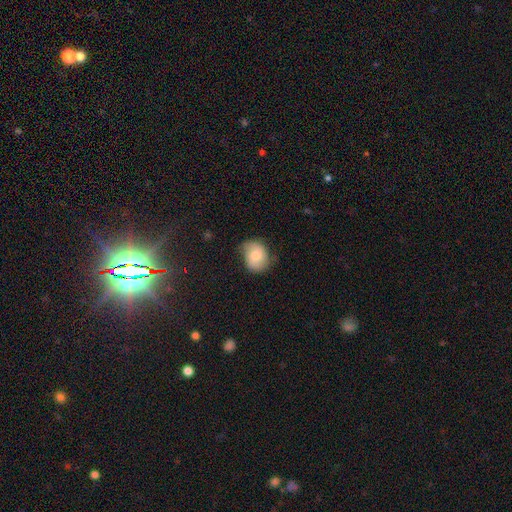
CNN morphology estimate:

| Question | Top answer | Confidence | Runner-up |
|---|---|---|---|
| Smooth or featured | smooth | 65% | featured or disk (27%) |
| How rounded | round | 52% | in between (47%) |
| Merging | none | 57% | minor disturbance (33%) |